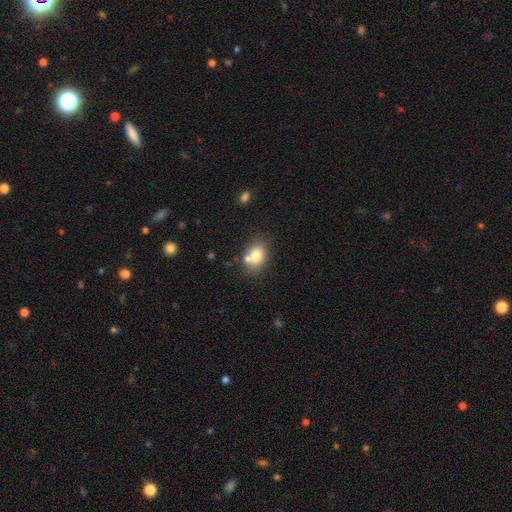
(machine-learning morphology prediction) Smooth or featured: smooth — 78% (featured or disk — 13%)
How rounded: in between — 64% (round — 35%)
Merging: none — 59% (merger — 21%)